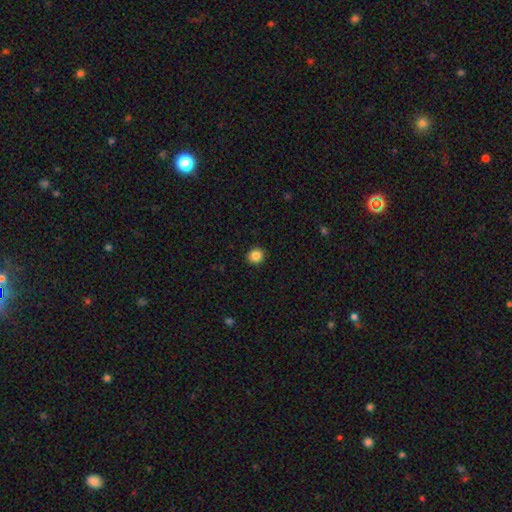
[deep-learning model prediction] smooth_or_featured: smooth (p=0.85) [alt: star or artifact p=0.10]
how_rounded: round (p=0.89) [alt: in between p=0.10]
merging: none (p=0.92) [alt: minor disturbance p=0.05]